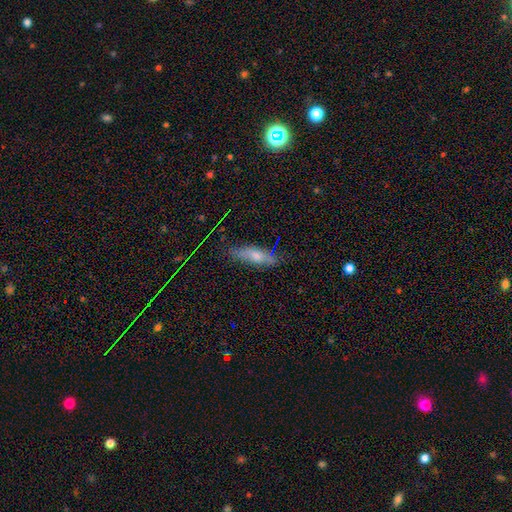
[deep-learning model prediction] Smooth or featured?
  - smooth: 56% *
  - featured or disk: 32%
  - star or artifact: 12%
How rounded?
  - cigar-shaped: 52% *
  - in between: 45%
  - round: 3%
Merging?
  - none: 70% *
  - minor disturbance: 22%
  - major disturbance: 6%
  - merger: 3%